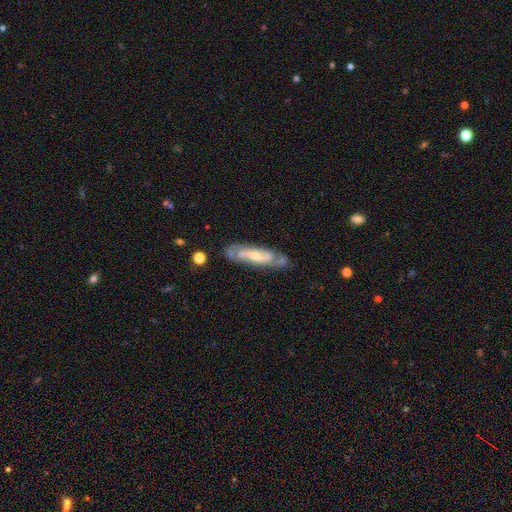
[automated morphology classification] smooth-or-featured: featured or disk: 73% | smooth: 22% | star or artifact: 6%
  disk-edge-on: no: 75% | yes: 25%
    bar: no: 48% | weak: 34% | strong: 18%
    has-spiral-arms: yes: 87% | no: 13%
    bulge-size: small: 49% | moderate: 45% | large: 3% | none: 2% | dominant: 1%
  merging: none: 71% | minor disturbance: 19% | major disturbance: 5% | merger: 5%